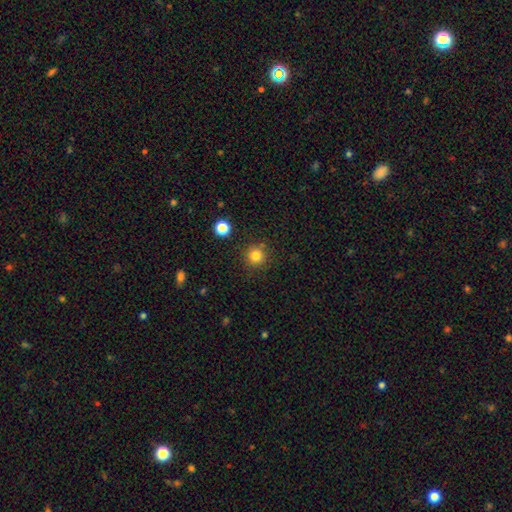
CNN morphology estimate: A smooth galaxy with no disk features (82%) that is round (95%). Merging: none (87%).